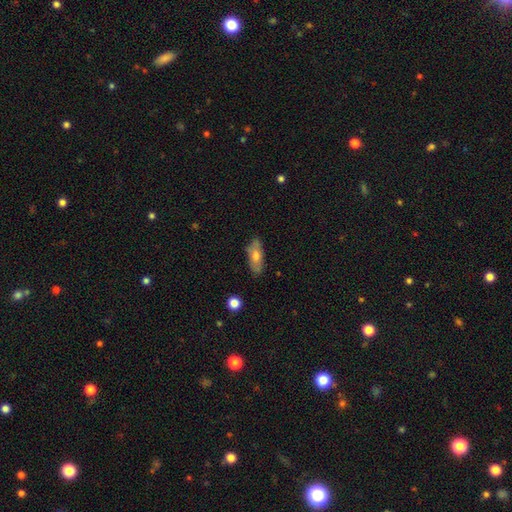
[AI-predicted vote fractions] A smooth galaxy with no disk features (65%) that is in between round and cigar-shaped (77%). Merging: none (74%).